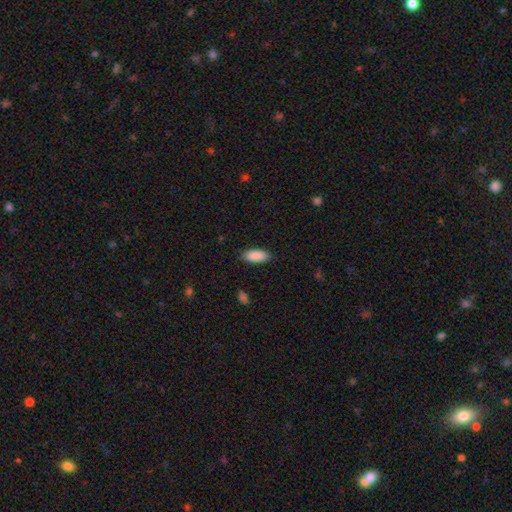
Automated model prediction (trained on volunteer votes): Smooth or featured? smooth (90%)
How rounded? in between (83%)
Merging? none (89%)